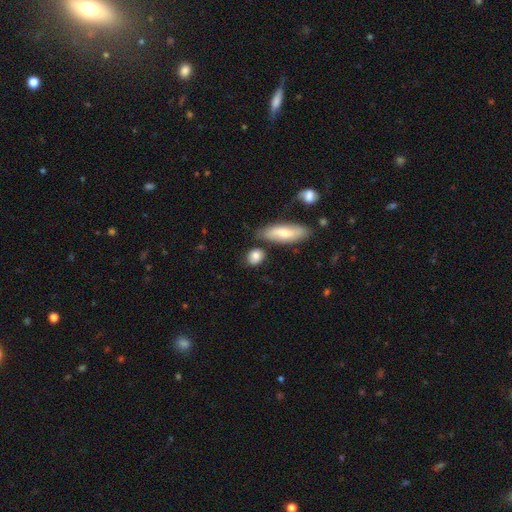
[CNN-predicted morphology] A smooth galaxy with no disk features (81%) that is round (47%).

Vote fractions:
- Smooth or featured? smooth: 81% / featured or disk: 11% / star or artifact: 7%
- How rounded? round: 47% / in between: 46% / cigar-shaped: 7%
- Merging? none: 70% / minor disturbance: 15% / merger: 10% / major disturbance: 4%